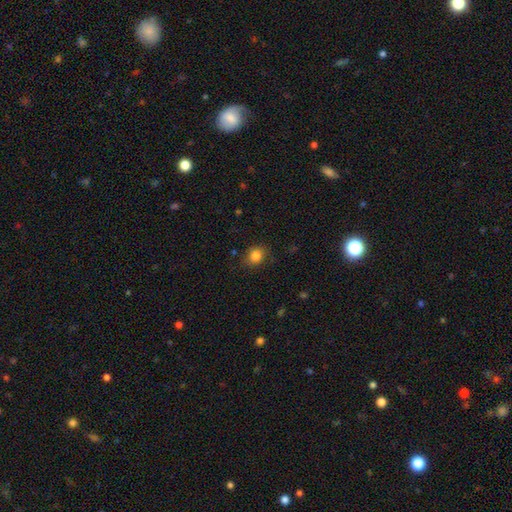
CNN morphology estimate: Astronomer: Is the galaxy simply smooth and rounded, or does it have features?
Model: smooth — 83%.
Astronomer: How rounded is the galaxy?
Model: round — 66%.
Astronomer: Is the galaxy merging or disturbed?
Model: none — 82%.